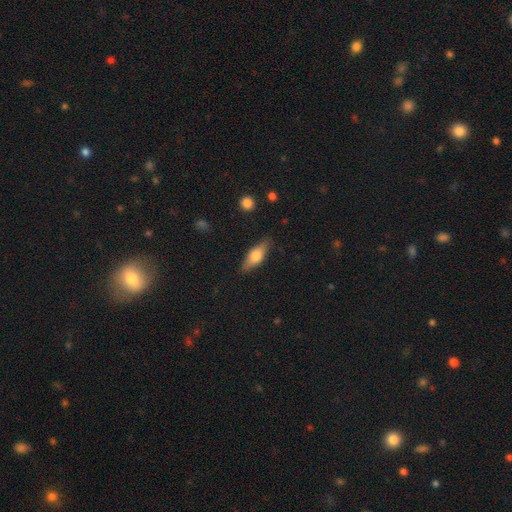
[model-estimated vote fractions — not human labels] This appears to be a smooth galaxy with no disk features (59%) that is in between round and cigar-shaped (65%). Merging: none (84%).